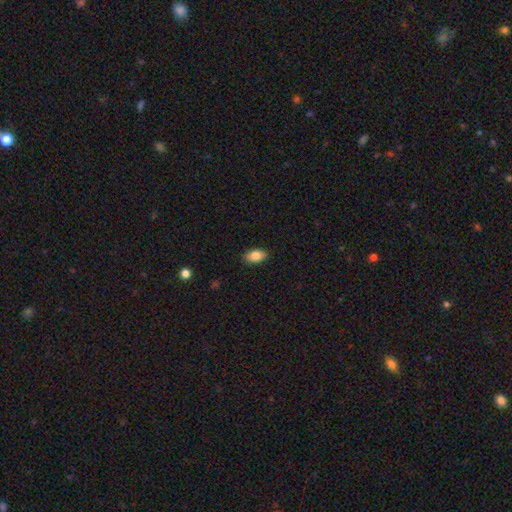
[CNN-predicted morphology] Q: Smooth or featured?
A: smooth (85%); runner-up: featured or disk (8%)
Q: How rounded?
A: in between (91%); runner-up: round (5%)
Q: Merging?
A: none (88%); runner-up: minor disturbance (9%)